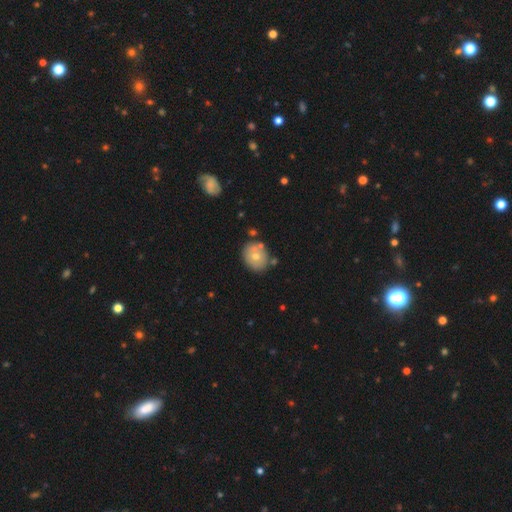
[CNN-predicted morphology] This appears to be a smooth galaxy with no disk features (64%) that is round (57%). Merging: none (73%).